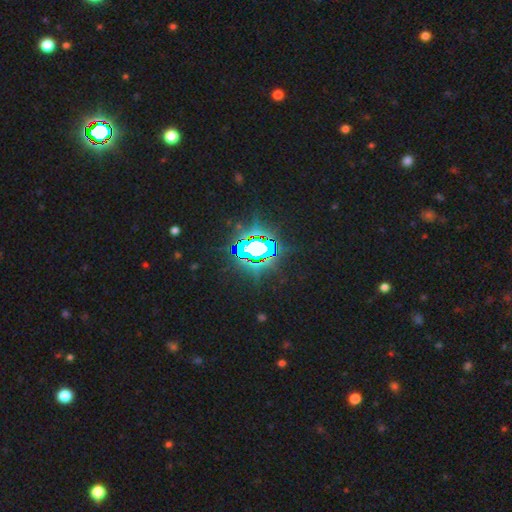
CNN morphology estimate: smooth_or_featured: star or artifact (p=0.86) [alt: smooth p=0.08]